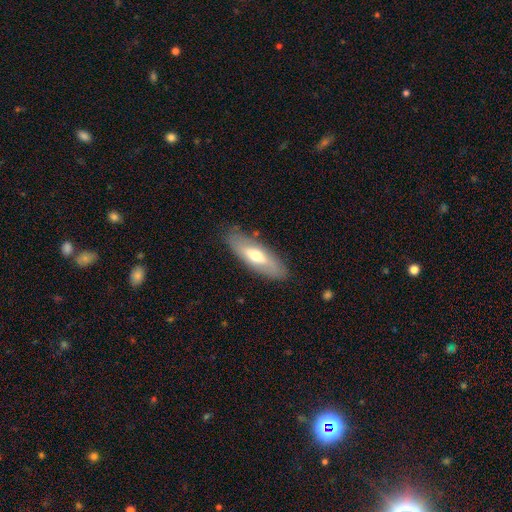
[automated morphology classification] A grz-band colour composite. It shows a smooth galaxy with no disk features (55%) that is in between round and cigar-shaped (59%). Merging: none (83%).